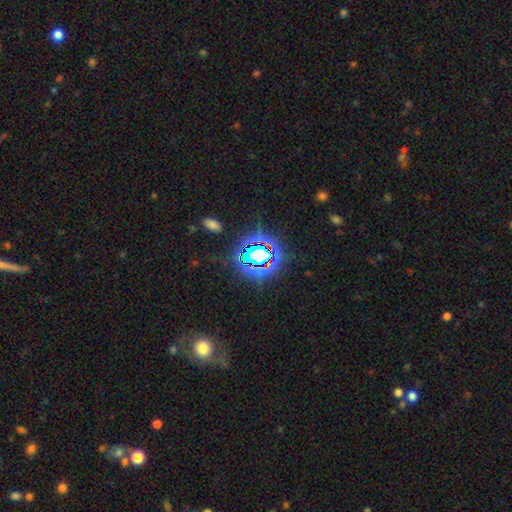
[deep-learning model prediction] Overall: star or artifact (73%).